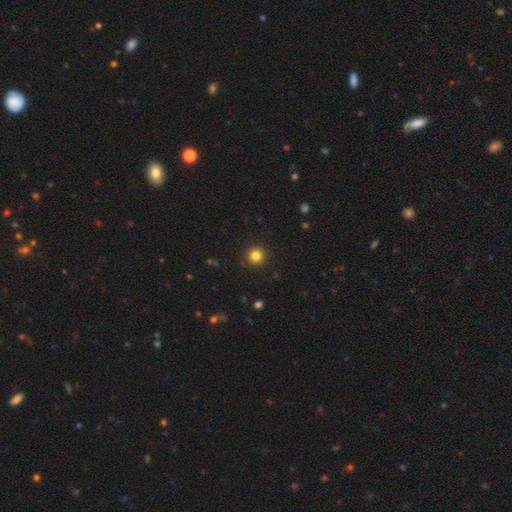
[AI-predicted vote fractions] The model was most divided on "smooth or featured": smooth: 83%, star or artifact: 12%, featured or disk: 5%. More confident: how rounded — round (95%); merging — none (92%).